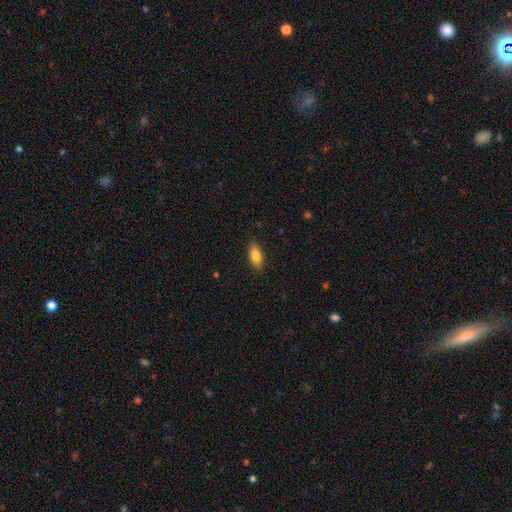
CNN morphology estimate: The model was most divided on "how rounded": in between: 83%, cigar-shaped: 14%, round: 3%. More confident: merging — none (88%); smooth or featured — smooth (83%).